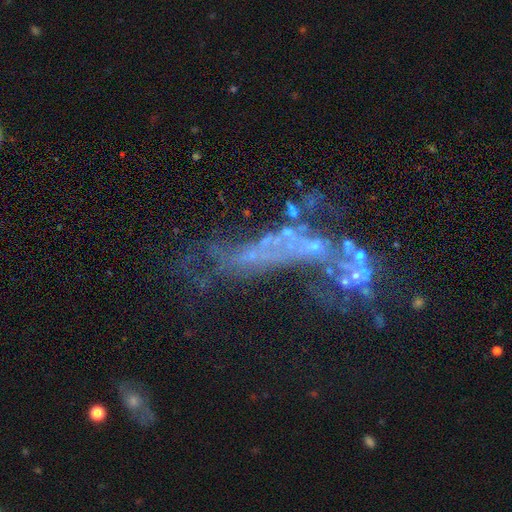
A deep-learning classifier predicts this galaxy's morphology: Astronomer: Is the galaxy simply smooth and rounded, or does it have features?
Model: featured or disk — 54%.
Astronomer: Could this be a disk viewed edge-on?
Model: no — 80%.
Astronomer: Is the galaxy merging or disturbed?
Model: major disturbance — 35% (runner-up: none, 29%).